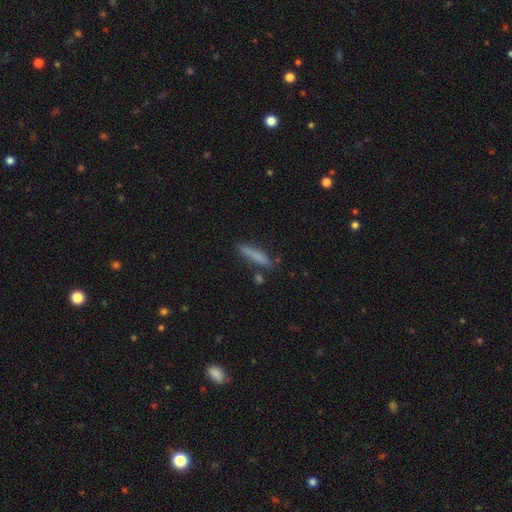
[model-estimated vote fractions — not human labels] smooth-or-featured: smooth: 78% | featured or disk: 15% | star or artifact: 7%
  how-rounded: cigar-shaped: 88% | in between: 10% | round: 2%
  merging: none: 78% | minor disturbance: 15% | merger: 4% | major disturbance: 3%